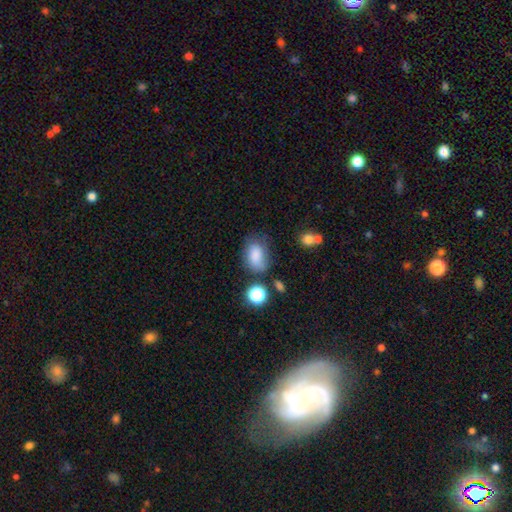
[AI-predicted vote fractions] Smooth or featured? smooth (81%)
How rounded? in between (81%)
Merging? none (52%)